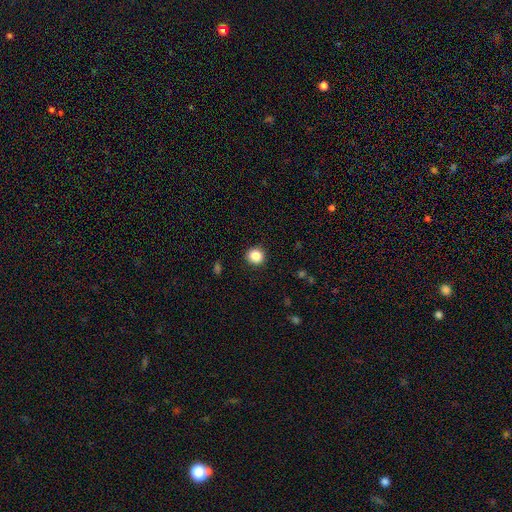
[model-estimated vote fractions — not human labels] The model was most divided on "smooth or featured": smooth: 86%, star or artifact: 10%, featured or disk: 4%. More confident: how rounded — round (93%); merging — none (92%).